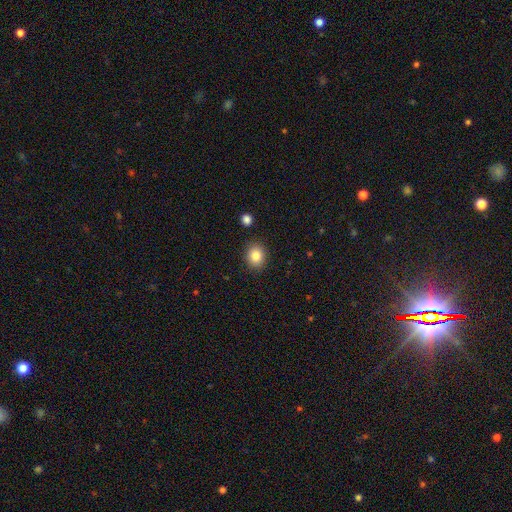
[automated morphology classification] smooth_or_featured: smooth (p=0.85) [alt: star or artifact p=0.09]
how_rounded: round (p=0.64) [alt: in between p=0.35]
merging: none (p=0.87) [alt: minor disturbance p=0.08]